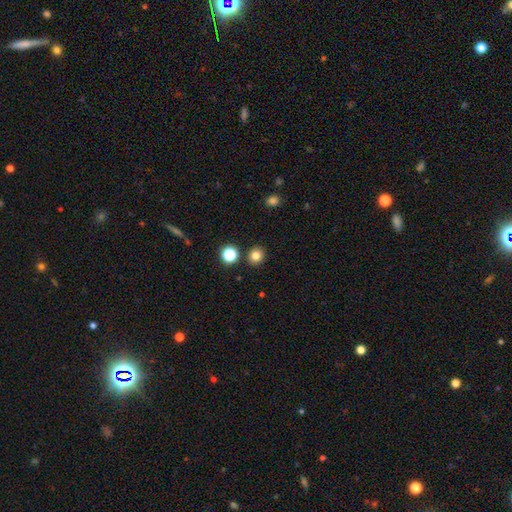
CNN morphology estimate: type=smooth (80%); roundness=round (85%); merging=none (88%).